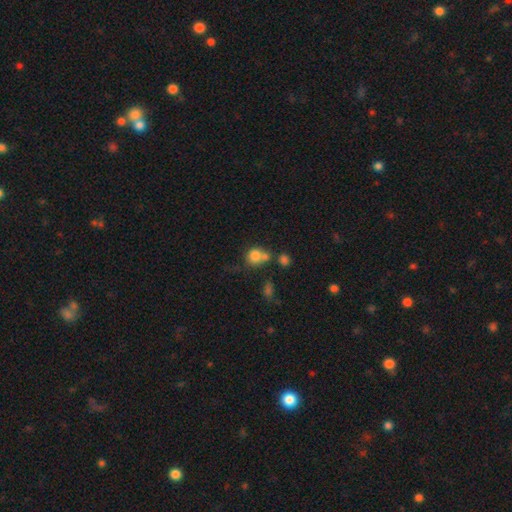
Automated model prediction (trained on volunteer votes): Q: Smooth or featured?
A: smooth (79%); runner-up: star or artifact (11%)
Q: How rounded?
A: round (80%); runner-up: in between (19%)
Q: Merging?
A: none (44%); runner-up: merger (36%)